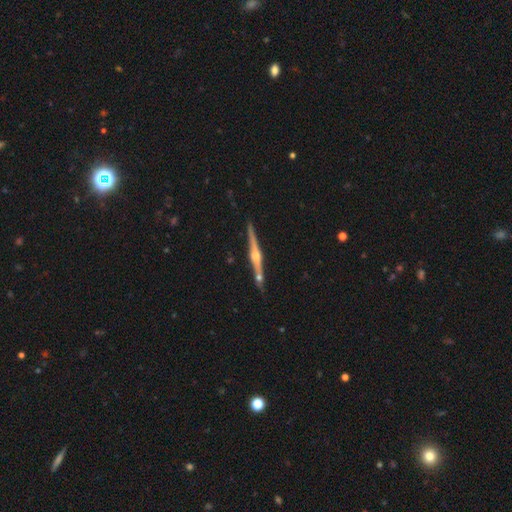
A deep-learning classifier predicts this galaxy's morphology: Smooth or featured: featured or disk — 85% (smooth — 9%)
Edge-on disk: yes — 98% (no — 2%)
Edge-on bulge: rounded — 87% (boxy — 8%)
Merging: none — 84% (minor disturbance — 9%)